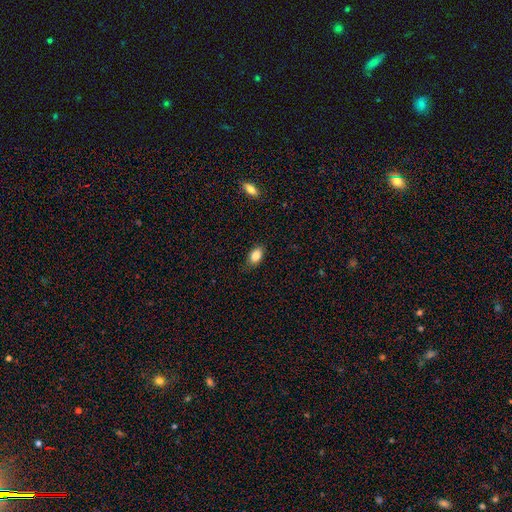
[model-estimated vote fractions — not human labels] Smooth or featured? smooth (85%)
How rounded? in between (88%)
Merging? none (80%)